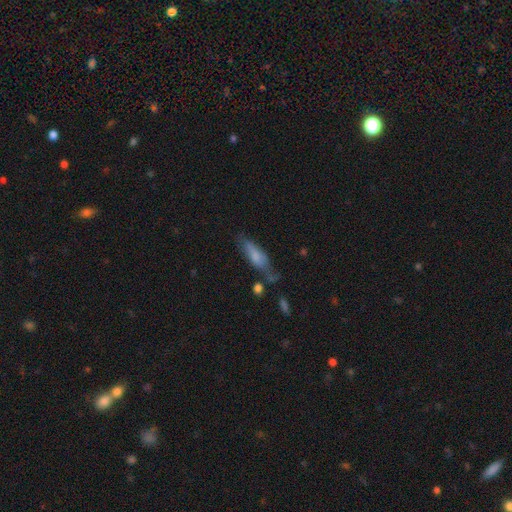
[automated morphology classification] Q: Smooth or featured?
A: smooth (67%); runner-up: featured or disk (26%)
Q: How rounded?
A: cigar-shaped (51%); runner-up: in between (47%)
Q: Merging?
A: none (51%); runner-up: minor disturbance (28%)